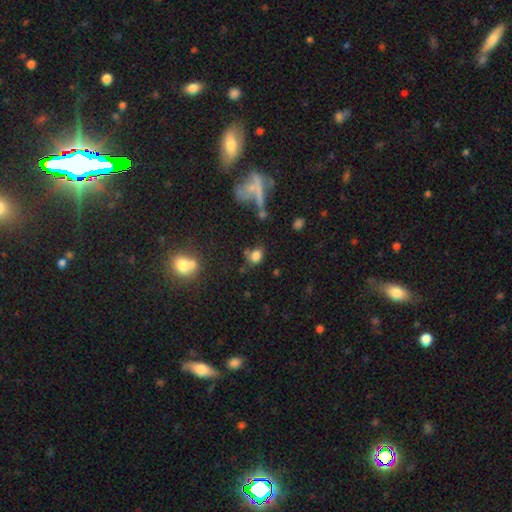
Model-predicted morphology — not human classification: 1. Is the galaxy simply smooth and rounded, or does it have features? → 74% smooth, 15% star or artifact, 11% featured or disk.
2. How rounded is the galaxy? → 56% in between, 42% round, 2% cigar-shaped.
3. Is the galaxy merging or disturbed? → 51% none, 21% minor disturbance, 15% merger, 13% major disturbance.